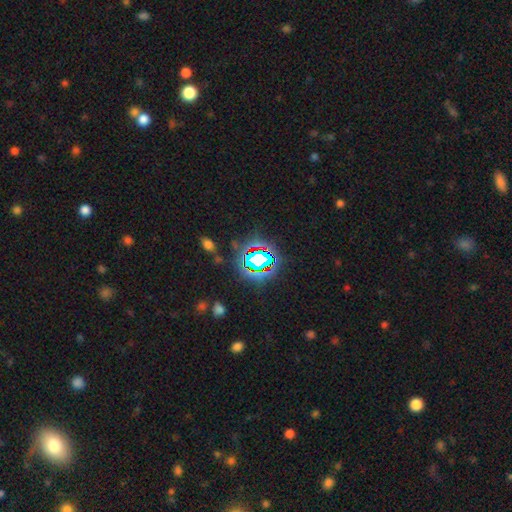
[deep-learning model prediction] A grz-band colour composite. It shows a star or artifact, not a galaxy (78%).